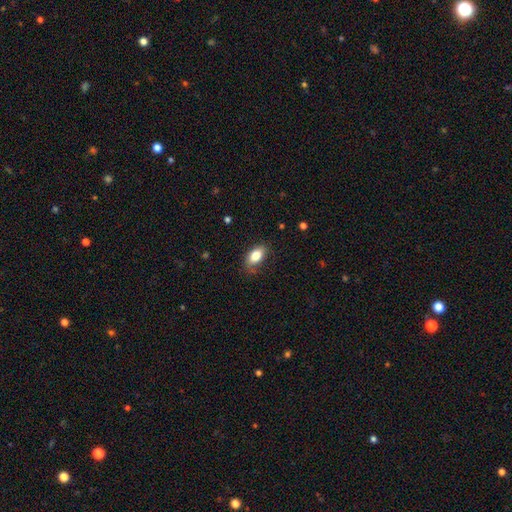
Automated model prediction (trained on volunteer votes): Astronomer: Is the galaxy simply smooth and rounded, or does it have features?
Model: smooth — 81%.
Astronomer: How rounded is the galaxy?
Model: in between — 90%.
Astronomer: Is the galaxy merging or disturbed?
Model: none — 73%.